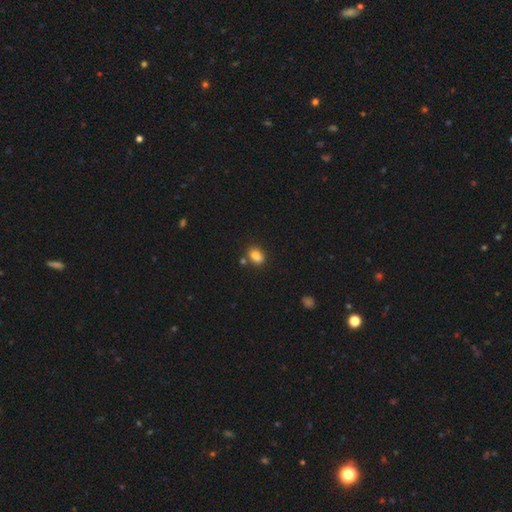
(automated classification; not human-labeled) This appears to be a smooth galaxy with no disk features (84%) that is in between round and cigar-shaped (77%). Merging: none (72%).